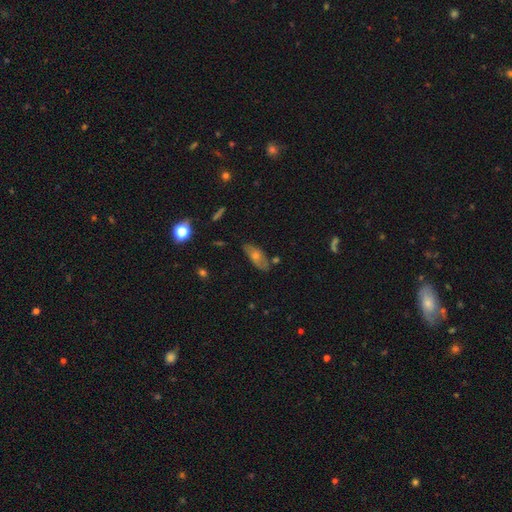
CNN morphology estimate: A smooth galaxy with no disk features (47%).

Vote fractions:
- Smooth or featured? smooth: 47% / featured or disk: 41% / star or artifact: 13%
- Merging? none: 72% / minor disturbance: 19% / major disturbance: 4% / merger: 4%